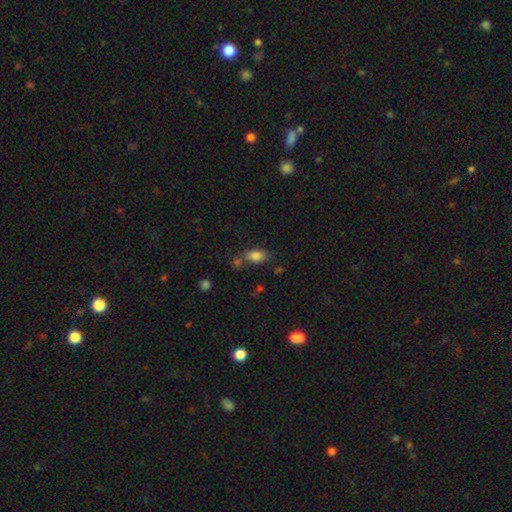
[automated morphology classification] Smooth or featured? Predicted: smooth (p=0.82). How rounded? Predicted: in between (p=0.88). Merging? Predicted: none (p=0.57).